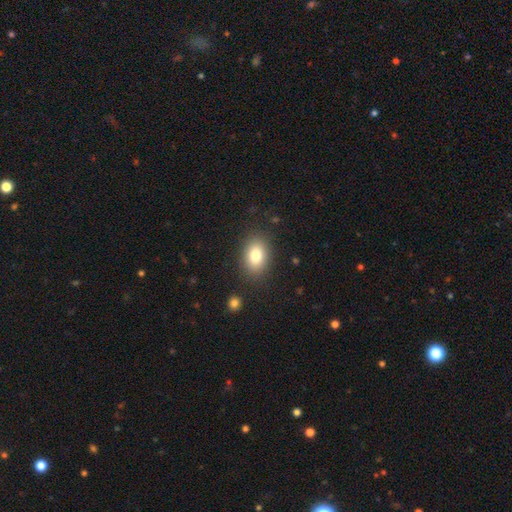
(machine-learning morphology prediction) Q: Smooth or featured?
A: smooth (80%); runner-up: featured or disk (11%)
Q: How rounded?
A: in between (80%); runner-up: round (19%)
Q: Merging?
A: none (85%); runner-up: minor disturbance (10%)